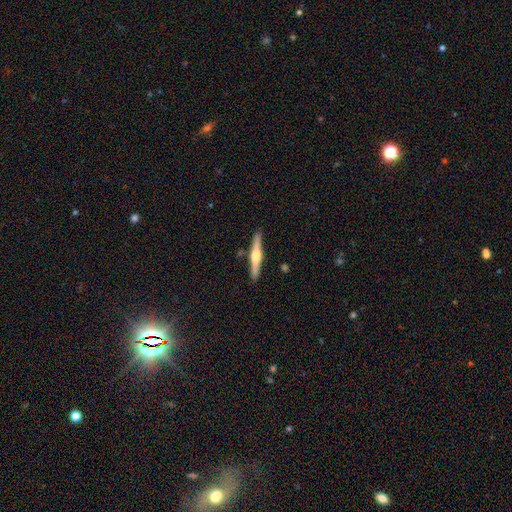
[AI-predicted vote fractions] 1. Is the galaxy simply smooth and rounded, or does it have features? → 65% featured or disk, 29% smooth, 5% star or artifact.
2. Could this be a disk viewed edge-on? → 98% yes, 2% no.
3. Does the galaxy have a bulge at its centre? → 88% rounded, 8% boxy, 4% none.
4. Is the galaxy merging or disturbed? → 89% none, 8% minor disturbance, 2% merger, 2% major disturbance.